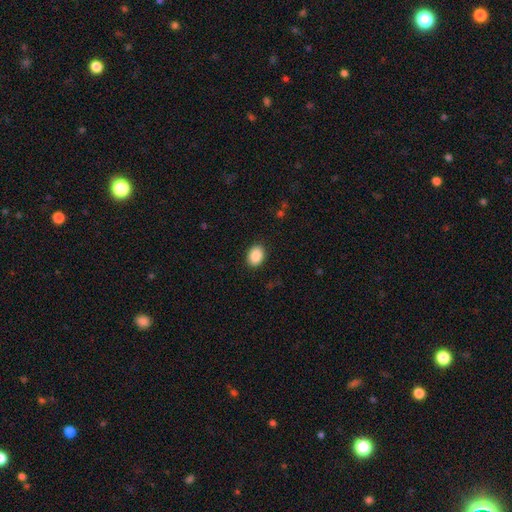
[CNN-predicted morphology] Overall: smooth (89%). How rounded: in between (67%; round 32%). Merging: none (89%).